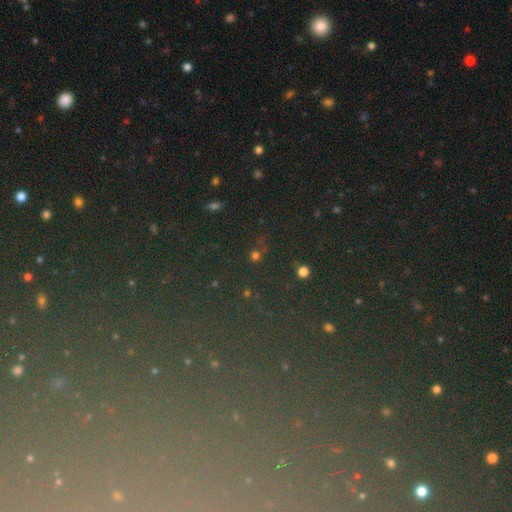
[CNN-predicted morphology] star or artifact 73%, smooth 16%, featured or disk 11%.